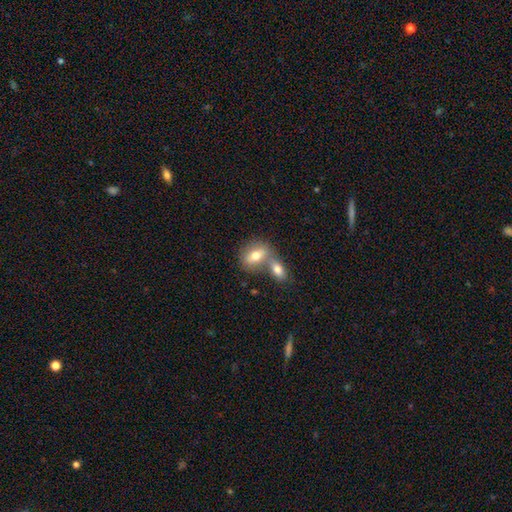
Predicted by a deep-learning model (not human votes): Smooth or featured? smooth (69%)
How rounded? in between (70%)
Merging? merger (51%)